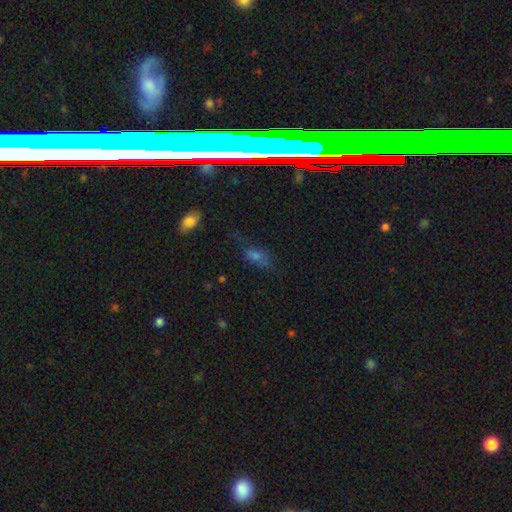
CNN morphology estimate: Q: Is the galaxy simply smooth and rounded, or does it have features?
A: smooth — 56%.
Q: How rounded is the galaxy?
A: in between — 77%.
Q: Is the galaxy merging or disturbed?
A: none — 59%.